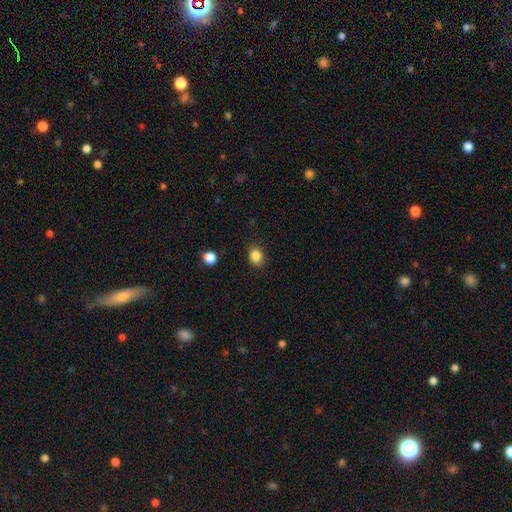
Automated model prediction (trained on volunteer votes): Smooth or featured? Predicted: smooth (p=0.85). How rounded? Predicted: in between (p=0.57). Merging? Predicted: none (p=0.85).